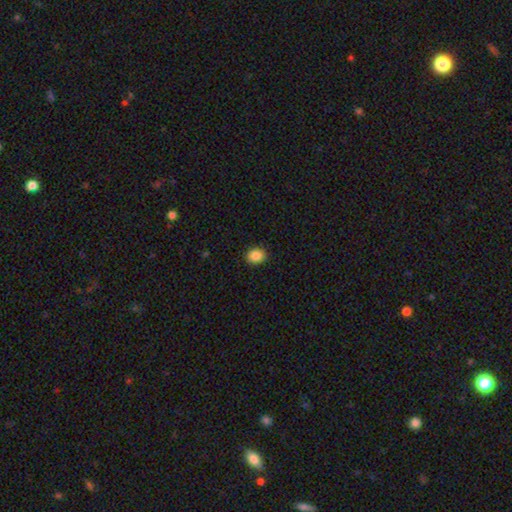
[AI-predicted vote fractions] Smooth or featured: smooth — 87% (star or artifact — 9%)
How rounded: round — 60% (in between — 39%)
Merging: none — 90% (minor disturbance — 7%)